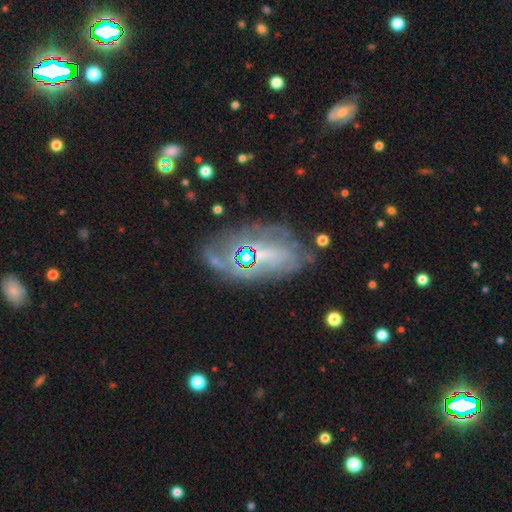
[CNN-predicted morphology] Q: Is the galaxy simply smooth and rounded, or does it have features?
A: featured or disk — 69%.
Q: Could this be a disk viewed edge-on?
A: no — 93%.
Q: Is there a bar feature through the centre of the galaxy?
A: no — 53%.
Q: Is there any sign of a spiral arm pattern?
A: yes — 74%.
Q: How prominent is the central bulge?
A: moderate — 37%.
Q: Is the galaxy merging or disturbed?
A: none — 63%.